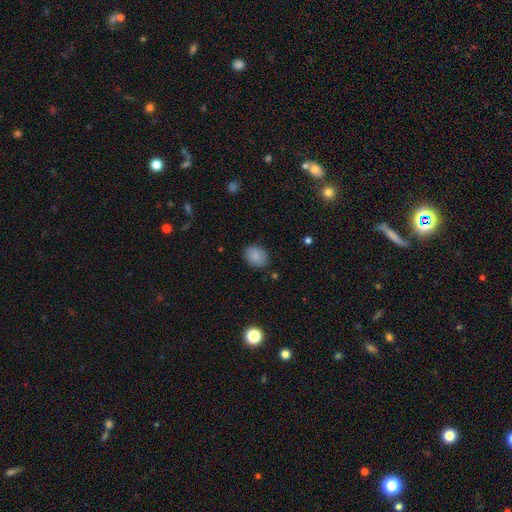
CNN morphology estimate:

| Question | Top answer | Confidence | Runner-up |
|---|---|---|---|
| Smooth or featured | smooth | 86% | star or artifact (9%) |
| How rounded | round | 55% | in between (44%) |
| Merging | none | 84% | minor disturbance (12%) |